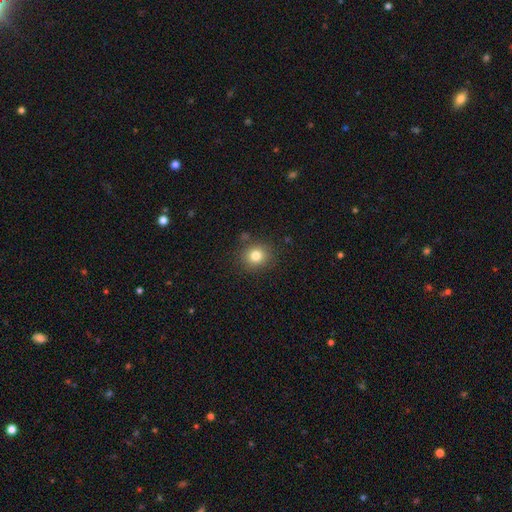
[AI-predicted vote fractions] Smooth or featured?
  - smooth: 80% *
  - star or artifact: 12%
  - featured or disk: 8%
How rounded?
  - round: 85% *
  - in between: 14%
  - cigar-shaped: 1%
Merging?
  - none: 85% *
  - minor disturbance: 9%
  - merger: 3%
  - major disturbance: 3%